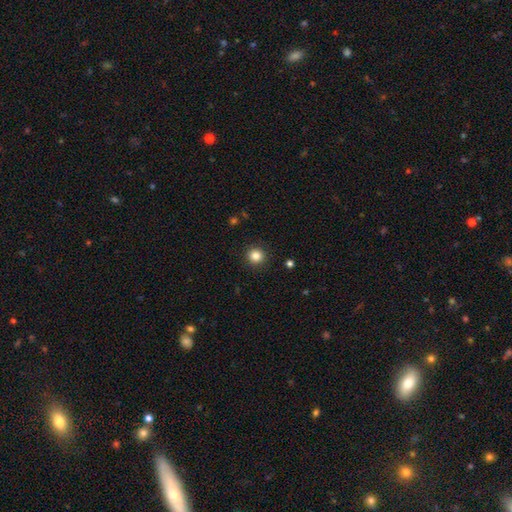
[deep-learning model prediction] Smooth or featured? Predicted: smooth (p=0.84). How rounded? Predicted: round (p=0.93). Merging? Predicted: none (p=0.91).